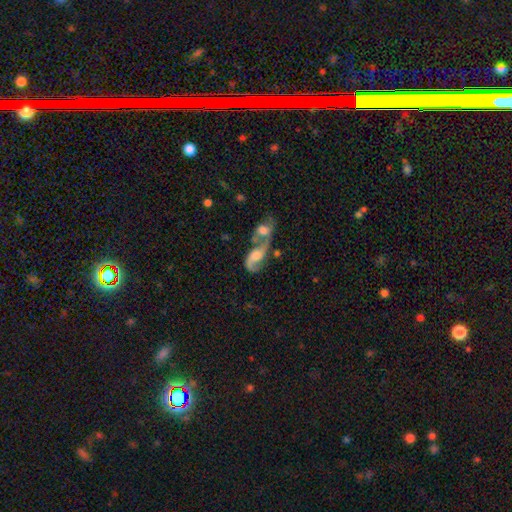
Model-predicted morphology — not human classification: Smooth or featured?
  - featured or disk: 72% *
  - smooth: 21%
  - star or artifact: 7%
Edge-on disk?
  - no: 95% *
  - yes: 5%
Bar?
  - no: 59% *
  - weak: 32%
  - strong: 9%
Spiral arms?
  - yes: 87% *
  - no: 13%
Spiral winding?
  - loose: 63% *
  - medium: 29%
  - tight: 8%
Spiral arm count?
  - 2: 78% *
  - 1: 15%
  - can't tell: 5%
  - 3: 1%
  - 4: 1%
  - more than 4: 1%
Bulge size?
  - moderate: 46% *
  - large: 21%
  - small: 19%
  - none: 12%
  - dominant: 3%
Merging?
  - merger: 69% *
  - none: 15%
  - major disturbance: 10%
  - minor disturbance: 7%